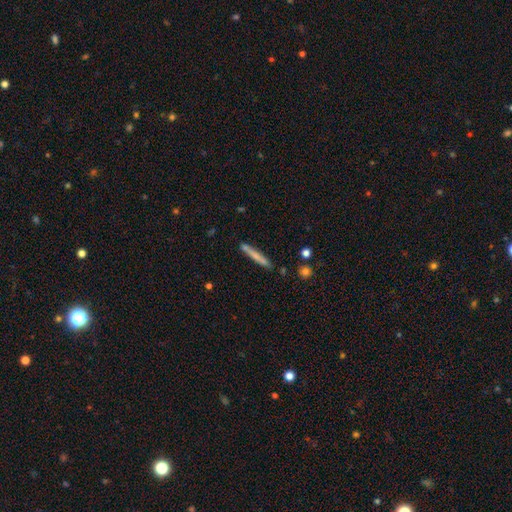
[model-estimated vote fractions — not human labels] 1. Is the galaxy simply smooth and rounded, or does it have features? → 64% smooth, 29% featured or disk, 7% star or artifact.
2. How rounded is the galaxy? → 96% cigar-shaped, 3% in between, 1% round.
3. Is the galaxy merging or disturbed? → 82% none, 11% minor disturbance, 5% merger, 2% major disturbance.